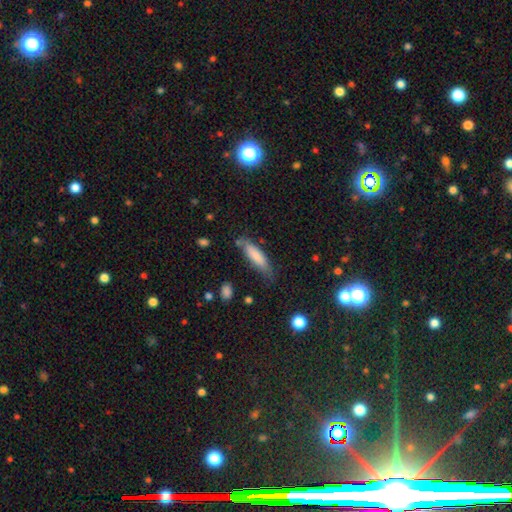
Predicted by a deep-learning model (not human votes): This appears to be a smooth galaxy with no disk features (79%) that is cigar-shaped (66%). Merging: none (65%).